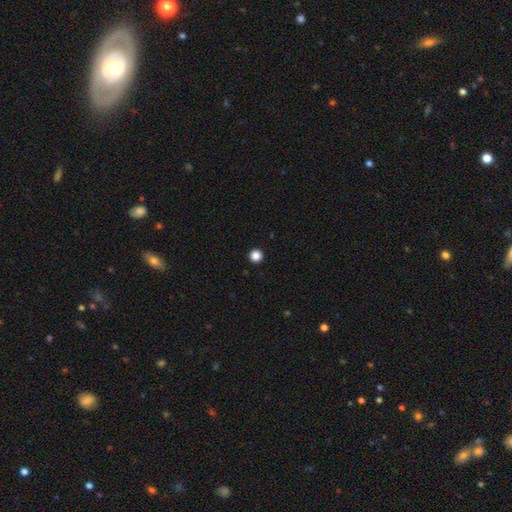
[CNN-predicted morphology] smooth_or_featured: smooth (p=0.86) [alt: star or artifact p=0.12]
how_rounded: round (p=0.96) [alt: in between p=0.03]
merging: none (p=0.94) [alt: minor disturbance p=0.03]